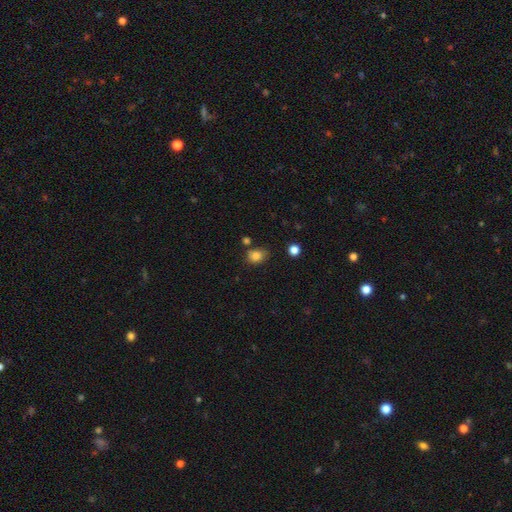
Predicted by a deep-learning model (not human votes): The model was most divided on "how rounded": in between: 55%, round: 44%, cigar-shaped: 1%. More confident: smooth or featured — smooth (83%); merging — none (68%).